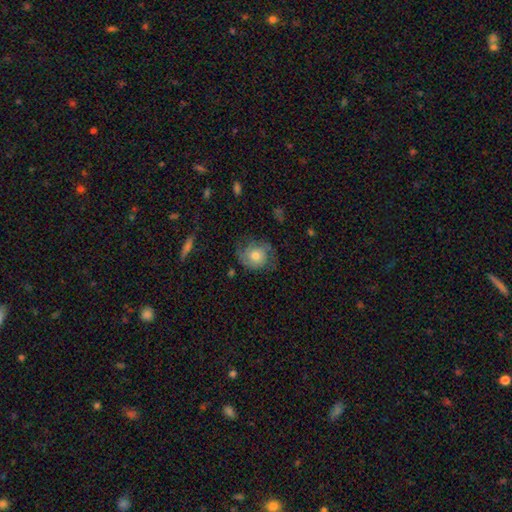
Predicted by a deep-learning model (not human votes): Smooth or featured?
  - featured or disk: 50% *
  - smooth: 41%
  - star or artifact: 8%
Edge-on disk?
  - no: 96% *
  - yes: 4%
Merging?
  - none: 64% *
  - minor disturbance: 22%
  - major disturbance: 12%
  - merger: 1%